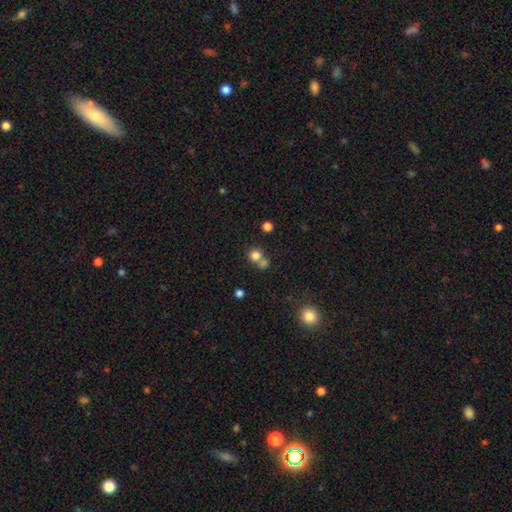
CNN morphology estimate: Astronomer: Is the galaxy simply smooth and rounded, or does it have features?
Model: smooth — 78%.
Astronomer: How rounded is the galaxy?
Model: round — 87%.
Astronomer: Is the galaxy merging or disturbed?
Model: none — 46% (runner-up: merger, 43%).